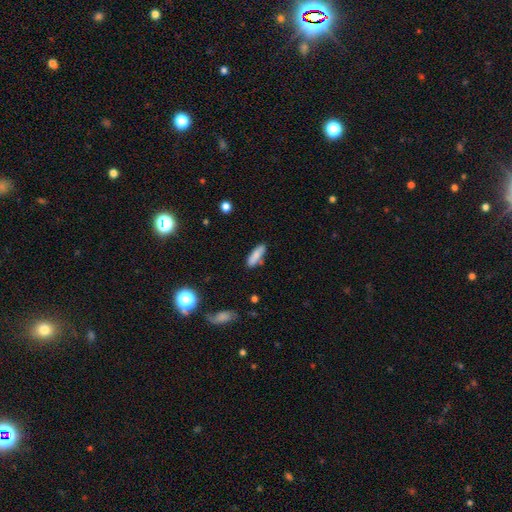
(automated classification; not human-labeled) Smooth or featured? Predicted: smooth (p=0.81). How rounded? Predicted: in between (p=0.52). Merging? Predicted: none (p=0.76).